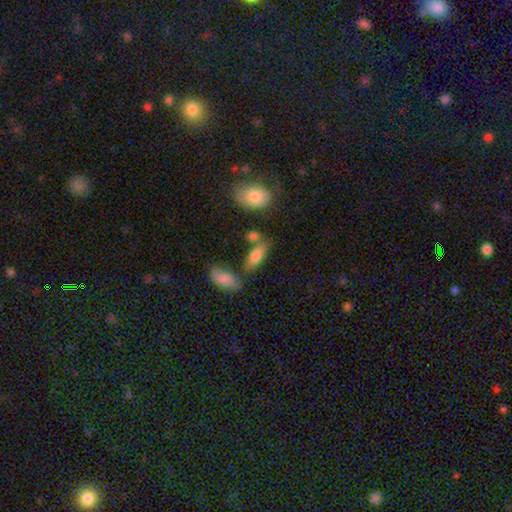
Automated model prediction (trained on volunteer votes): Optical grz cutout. It shows a smooth galaxy with no disk features (78%) that is in between round and cigar-shaped (81%). Merging: none (53%).